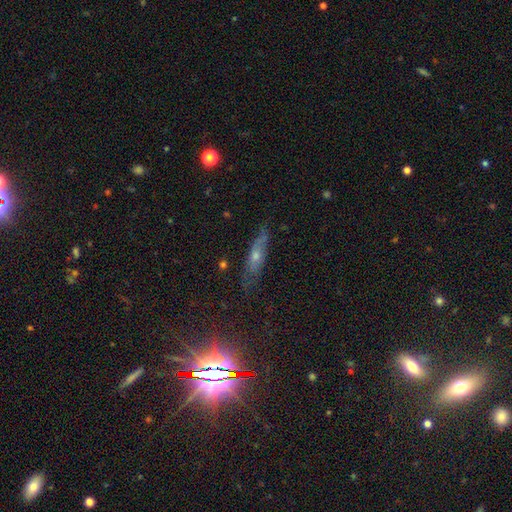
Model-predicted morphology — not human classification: smooth_or_featured: featured or disk (p=0.50) [alt: smooth p=0.31]
disk_edge_on: yes (p=0.70) [alt: no p=0.30]
merging: none (p=0.72) [alt: minor disturbance p=0.20]